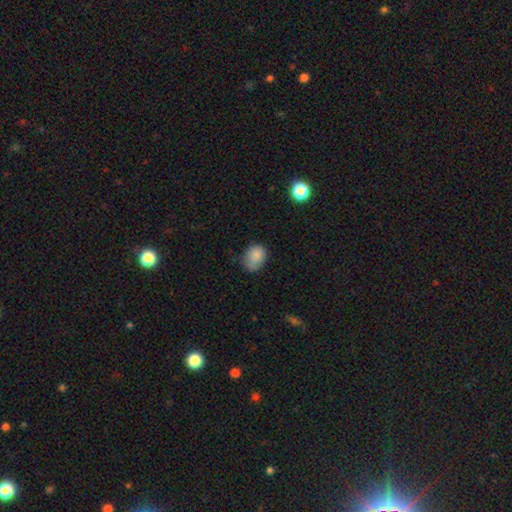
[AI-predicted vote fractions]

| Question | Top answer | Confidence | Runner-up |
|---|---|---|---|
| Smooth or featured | smooth | 84% | star or artifact (9%) |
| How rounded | in between | 63% | round (36%) |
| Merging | none | 55% | minor disturbance (33%) |